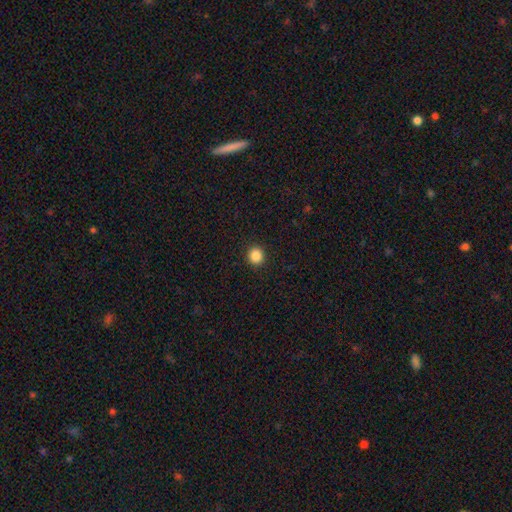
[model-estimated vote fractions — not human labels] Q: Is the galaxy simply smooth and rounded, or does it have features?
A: smooth — 87%.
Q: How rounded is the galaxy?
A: round — 90%.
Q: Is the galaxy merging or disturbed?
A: none — 93%.